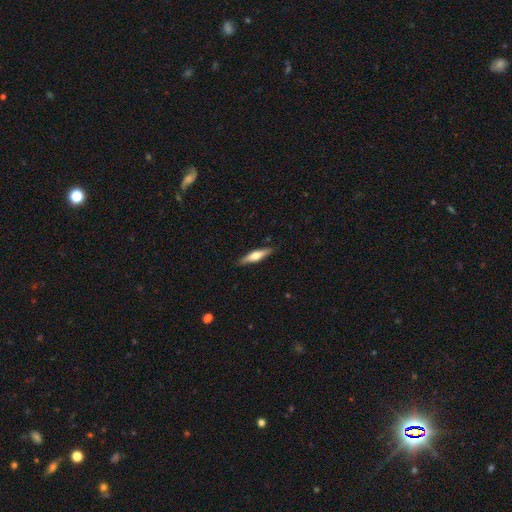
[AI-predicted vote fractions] Overall: smooth (49%; featured or disk 45%). Merging: none (89%).